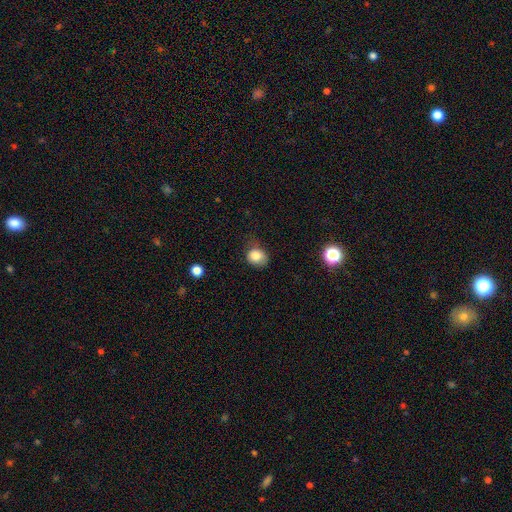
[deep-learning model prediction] This appears to be a smooth galaxy with no disk features (82%) that is round (58%). Merging: none (56%).